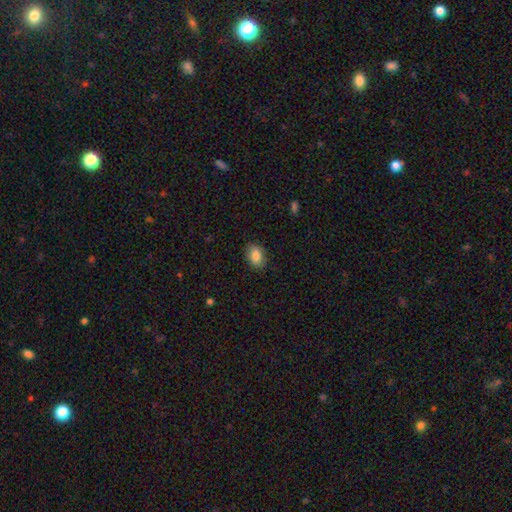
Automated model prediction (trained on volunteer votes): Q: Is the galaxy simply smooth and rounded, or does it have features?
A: smooth — 86%.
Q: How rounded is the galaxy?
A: in between — 79%.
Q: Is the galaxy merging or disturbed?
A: none — 85%.